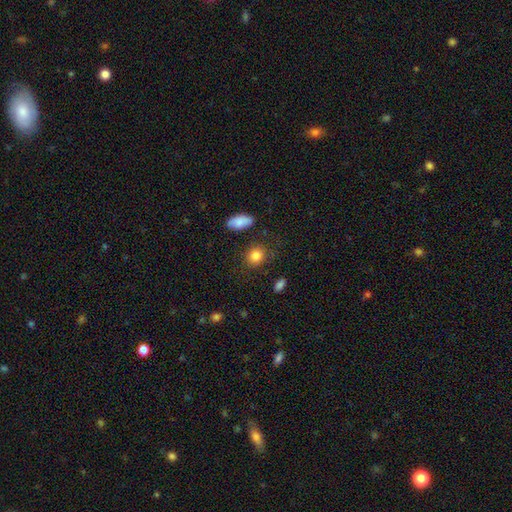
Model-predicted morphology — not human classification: Smooth or featured? smooth (86%)
How rounded? round (68%)
Merging? none (82%)